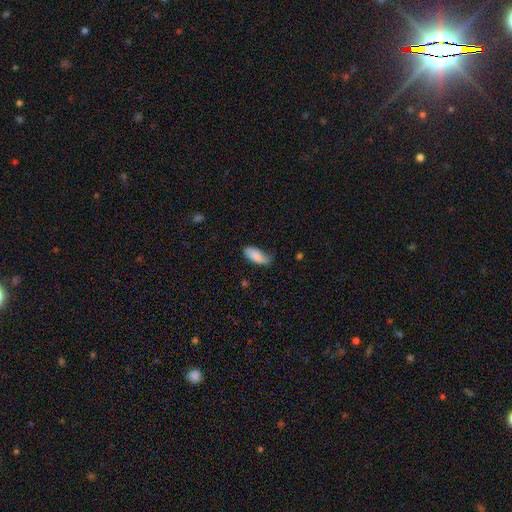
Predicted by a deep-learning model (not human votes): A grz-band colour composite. It shows a smooth galaxy with no disk features (84%) that is in between round and cigar-shaped (83%). Merging: none (56%).